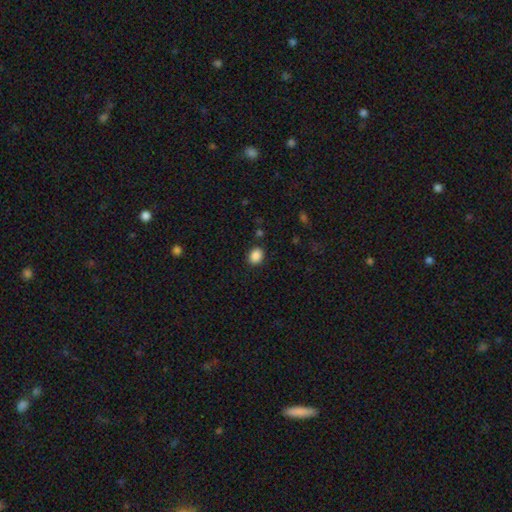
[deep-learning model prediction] This is clearly a smooth galaxy (88%). How rounded: possibly round (57%). Merging: clearly none (86%).